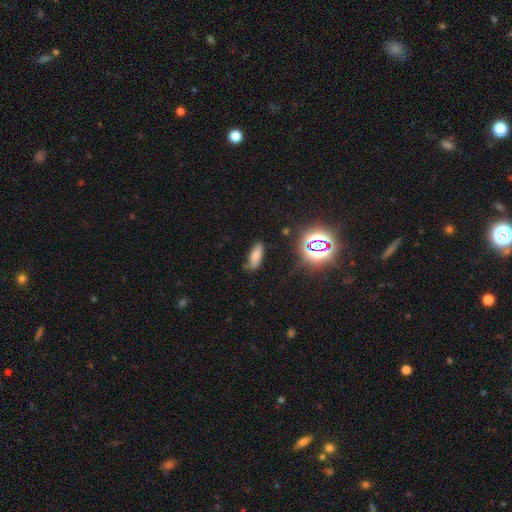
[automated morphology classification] Smooth or featured? smooth (70%)
How rounded? in between (68%)
Merging? none (71%)